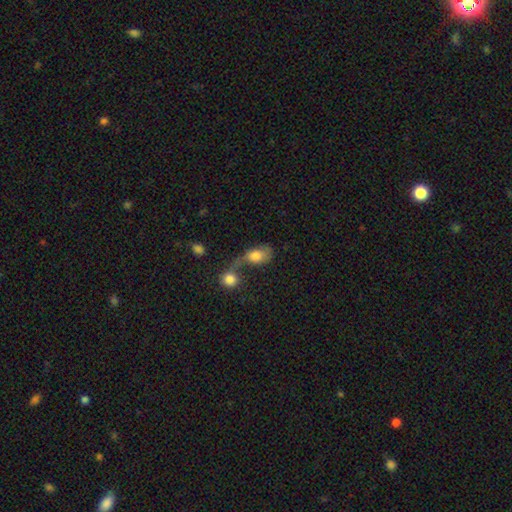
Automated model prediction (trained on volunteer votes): Morphology: type=smooth (70%); roundness=in between (79%); merging=merger (54%).